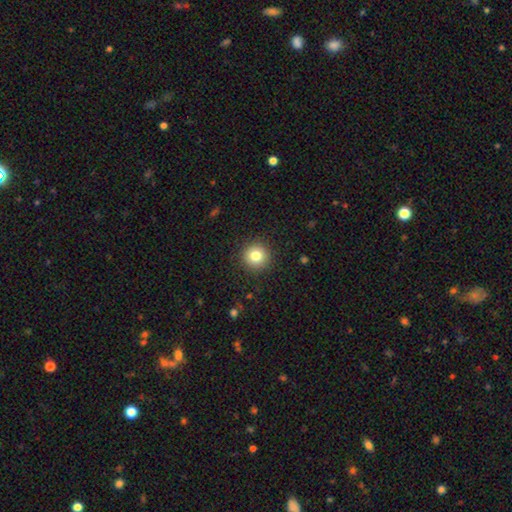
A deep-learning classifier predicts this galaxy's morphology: Smooth or featured? smooth (81%)
How rounded? round (94%)
Merging? none (91%)